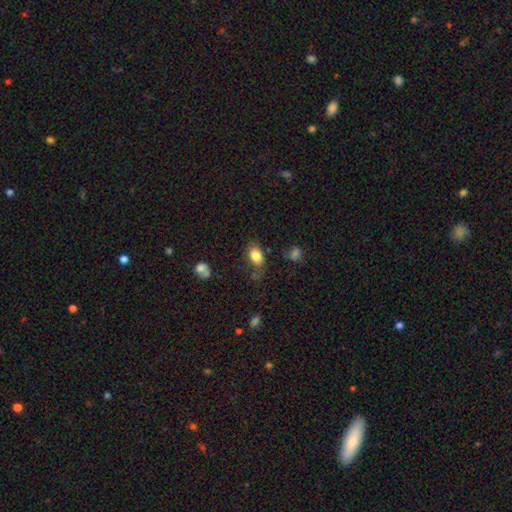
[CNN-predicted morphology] type=smooth (82%); roundness=in between (86%); merging=none (71%).